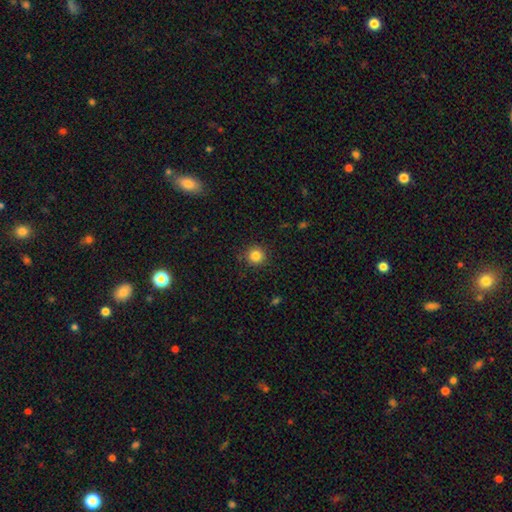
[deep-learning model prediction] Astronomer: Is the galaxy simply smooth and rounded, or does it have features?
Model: smooth — 83%.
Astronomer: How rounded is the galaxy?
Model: round — 94%.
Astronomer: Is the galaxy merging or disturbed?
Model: none — 89%.